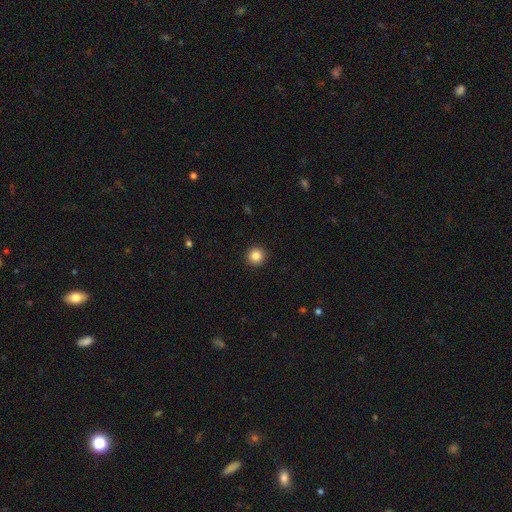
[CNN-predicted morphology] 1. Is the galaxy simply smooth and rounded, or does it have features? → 86% smooth, 10% star or artifact, 4% featured or disk.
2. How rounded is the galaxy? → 95% round, 4% in between, 1% cigar-shaped.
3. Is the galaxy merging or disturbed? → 93% none, 4% minor disturbance, 2% major disturbance, 1% merger.